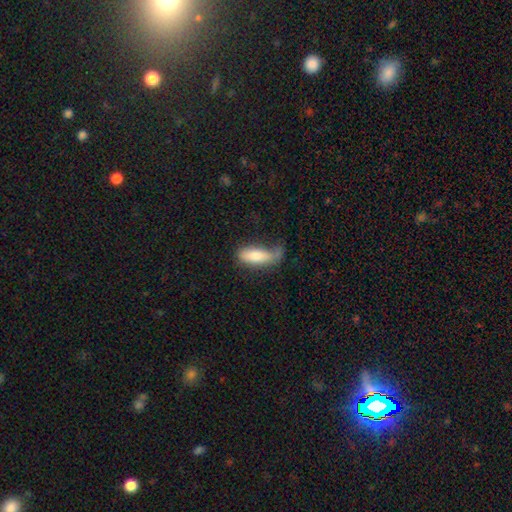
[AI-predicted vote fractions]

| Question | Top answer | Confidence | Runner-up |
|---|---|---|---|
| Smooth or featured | smooth | 72% | featured or disk (21%) |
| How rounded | in between | 58% | cigar-shaped (40%) |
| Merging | none | 42% | minor disturbance (30%) |